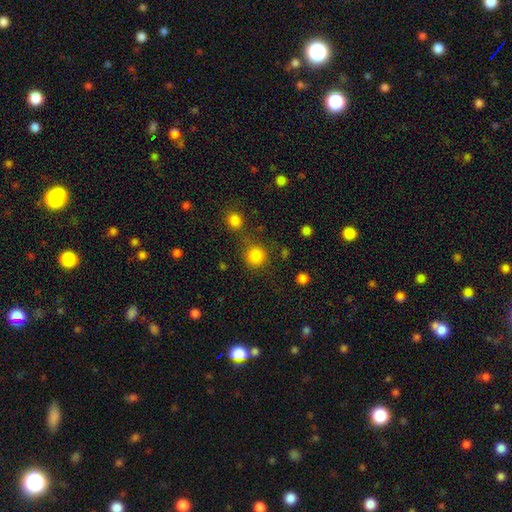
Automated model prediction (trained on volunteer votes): The model was most divided on "merging": none: 71%, merger: 14%, minor disturbance: 9%, major disturbance: 5%. More confident: how rounded — round (93%); smooth or featured — smooth (84%).